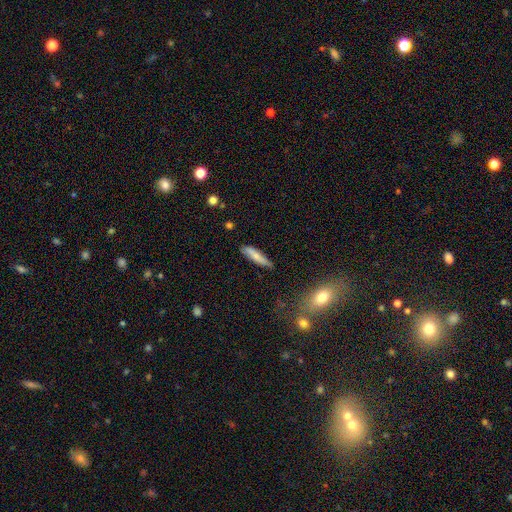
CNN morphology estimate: This appears to be a smooth galaxy with no disk features (73%) that is cigar-shaped (82%). Merging: none (78%).